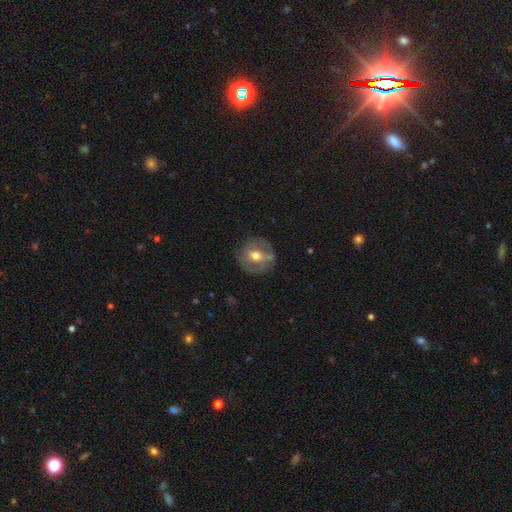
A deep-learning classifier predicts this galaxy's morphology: Smooth or featured?
  - featured or disk: 55% *
  - smooth: 37%
  - star or artifact: 7%
Edge-on disk?
  - no: 94% *
  - yes: 6%
Bar?
  - no: 40% *
  - weak: 39%
  - strong: 21%
Spiral arms?
  - no: 53% *
  - yes: 47%
Bulge size?
  - moderate: 77% *
  - small: 15%
  - large: 7%
  - none: 1%
  - dominant: 1%
Merging?
  - none: 76% *
  - minor disturbance: 16%
  - major disturbance: 5%
  - merger: 2%